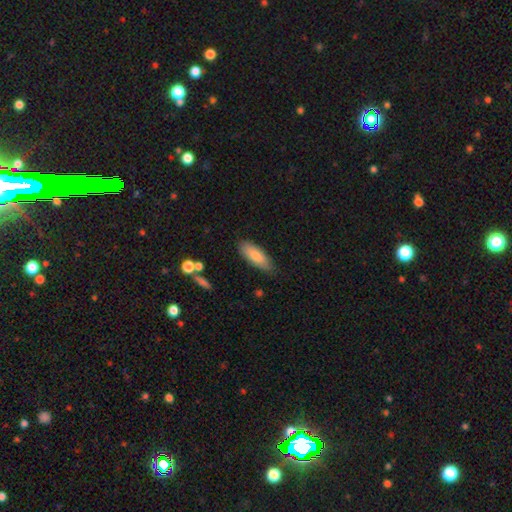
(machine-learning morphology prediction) Smooth or featured? smooth (82%)
How rounded? in between (70%)
Merging? none (81%)